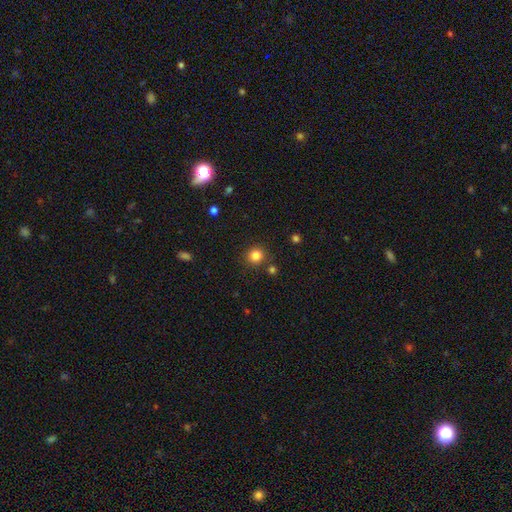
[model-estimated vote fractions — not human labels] Q: Smooth or featured?
A: smooth (82%); runner-up: star or artifact (13%)
Q: How rounded?
A: round (90%); runner-up: in between (9%)
Q: Merging?
A: none (84%); runner-up: minor disturbance (8%)